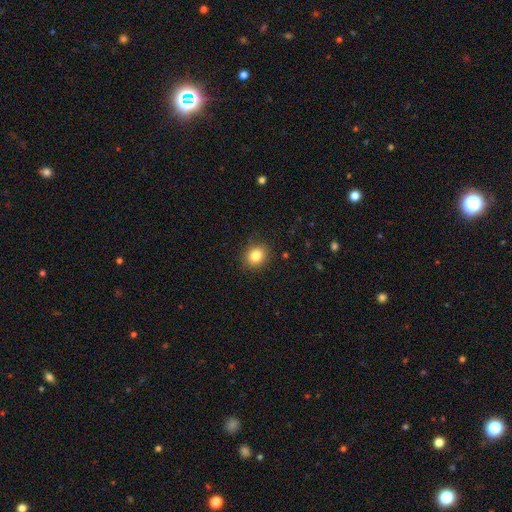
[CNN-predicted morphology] Smooth or featured: smooth — 84% (star or artifact — 10%)
How rounded: round — 59% (in between — 40%)
Merging: none — 87% (minor disturbance — 10%)